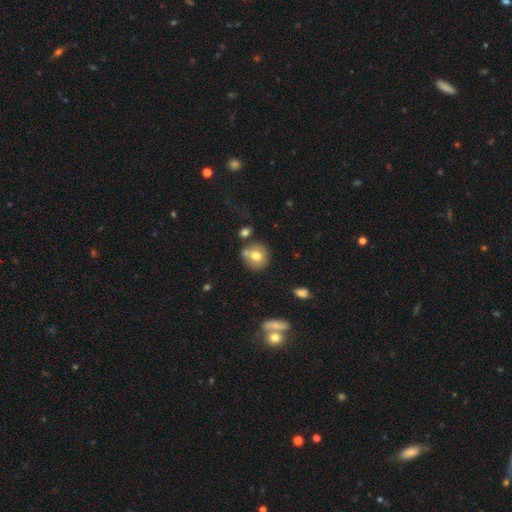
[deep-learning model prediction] Morphology: type=smooth (72%); roundness=round (85%); merging=none (63%).